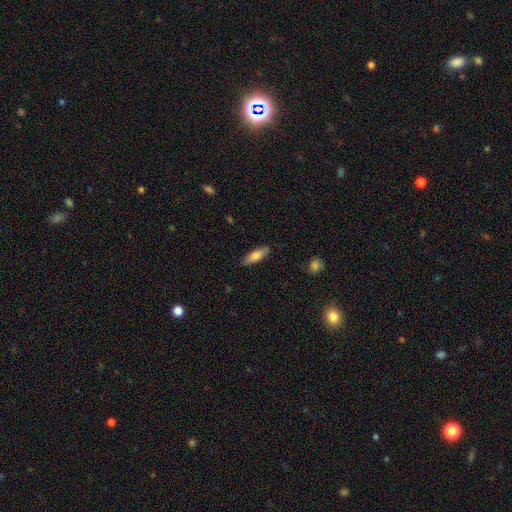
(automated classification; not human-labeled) This appears to be a smooth galaxy with no disk features (77%) that is cigar-shaped (49%, tied with in between). Merging: none (87%).